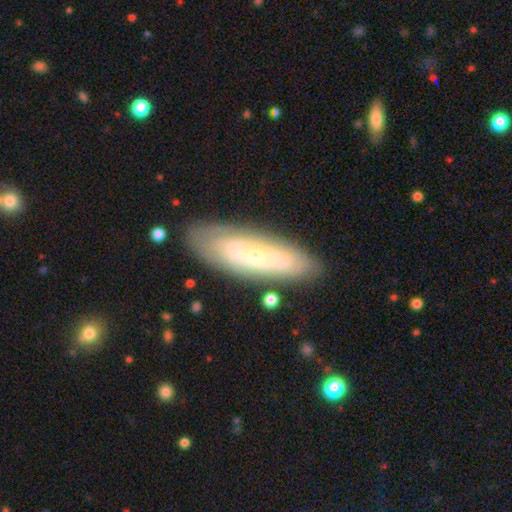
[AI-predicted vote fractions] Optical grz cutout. It shows a featured or disk galaxy (51%). Merging: none (80%).